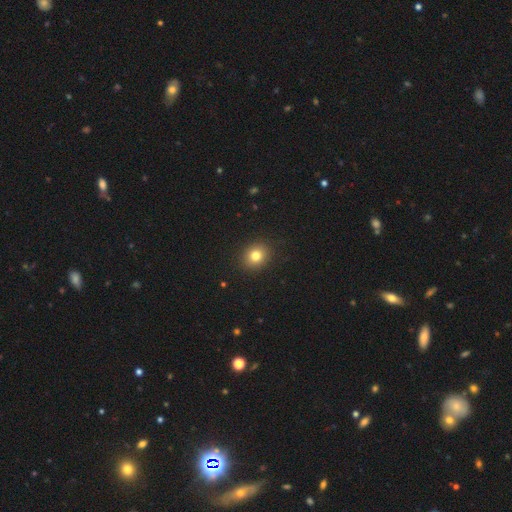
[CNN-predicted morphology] smooth-or-featured: smooth: 80% | star or artifact: 12% | featured or disk: 8%
  how-rounded: round: 71% | in between: 28% | cigar-shaped: 1%
  merging: none: 91% | minor disturbance: 6% | major disturbance: 2% | merger: 1%